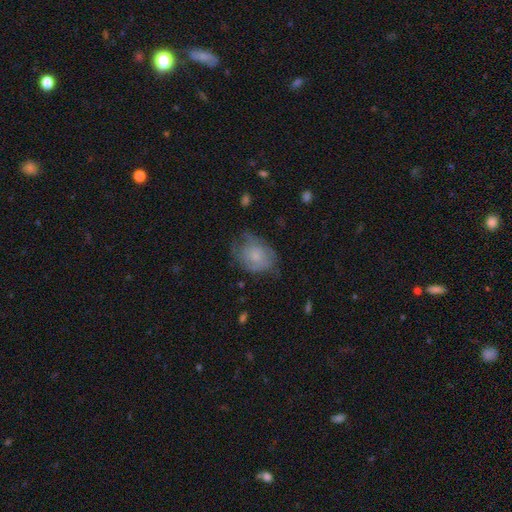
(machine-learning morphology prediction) Q: Smooth or featured?
A: smooth (55%); runner-up: featured or disk (37%)
Q: How rounded?
A: in between (57%); runner-up: round (42%)
Q: Merging?
A: none (46%); runner-up: minor disturbance (34%)